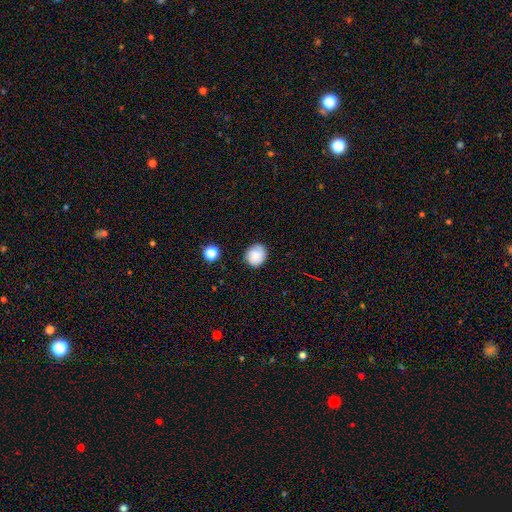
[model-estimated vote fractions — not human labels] This appears to be a smooth galaxy with no disk features (78%) that is round (82%). Merging: none (81%).